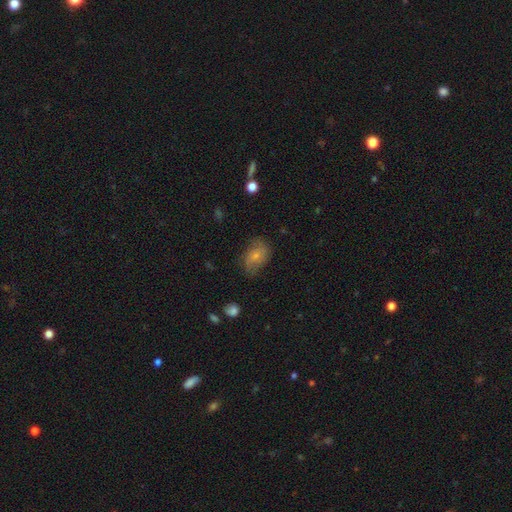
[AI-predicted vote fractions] Overall: smooth (61%; featured or disk 30%). How rounded: in between (80%). Merging: none (59%; minor disturbance 28%).